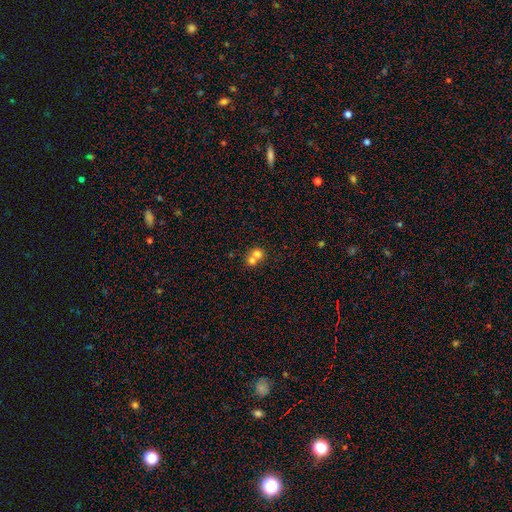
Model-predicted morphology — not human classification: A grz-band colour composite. It shows a smooth galaxy with no disk features (72%) that is round (82%). Merging: merger (67%).